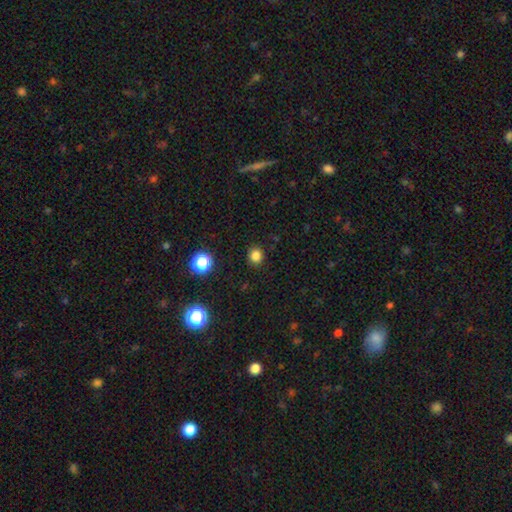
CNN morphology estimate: smooth 81%, star or artifact 14%, featured or disk 4%. Down the decision tree: how rounded — round (82%); merging — none (90%).